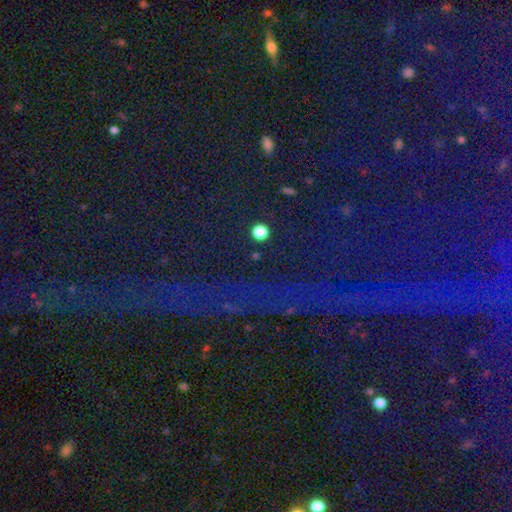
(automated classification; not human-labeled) smooth-or-featured: star or artifact: 83% | smooth: 10% | featured or disk: 8%